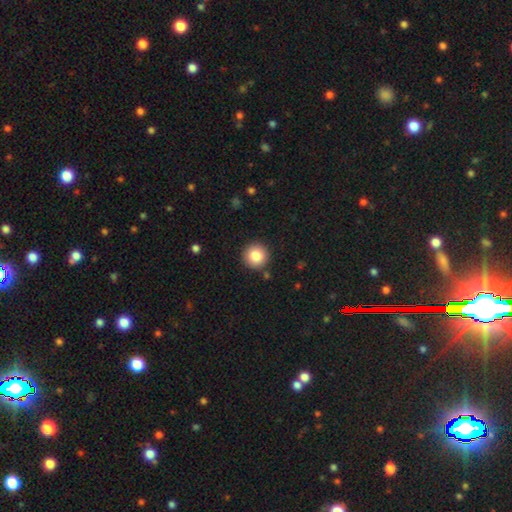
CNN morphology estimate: This appears to be a smooth galaxy with no disk features (84%) that is round (95%). Merging: none (90%).